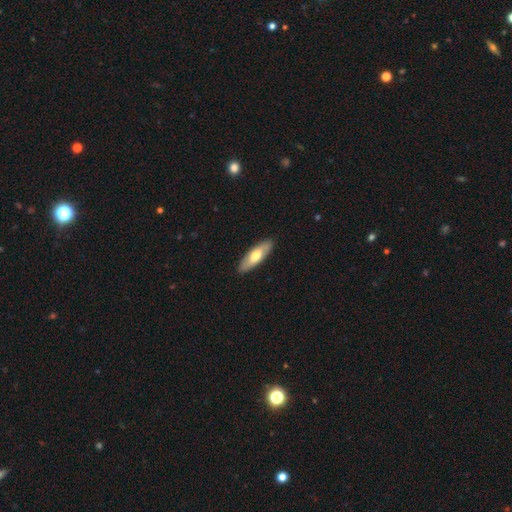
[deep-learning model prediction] This appears to be a smooth galaxy with no disk features (62%) that is in between round and cigar-shaped (57%). Merging: none (89%).